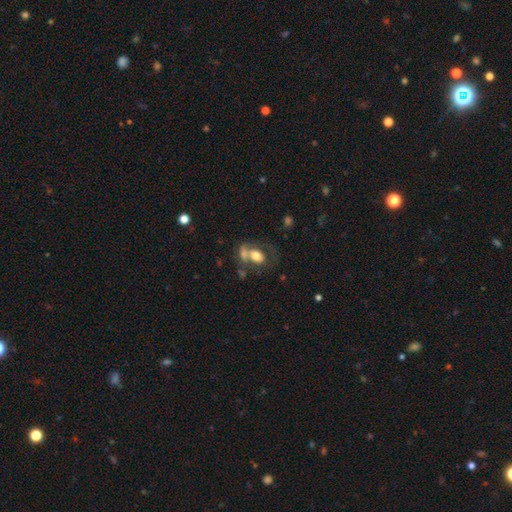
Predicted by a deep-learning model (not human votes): Overall: smooth (61%; featured or disk 29%). How rounded: in between (73%). Merging: merger (43%; none 29%).